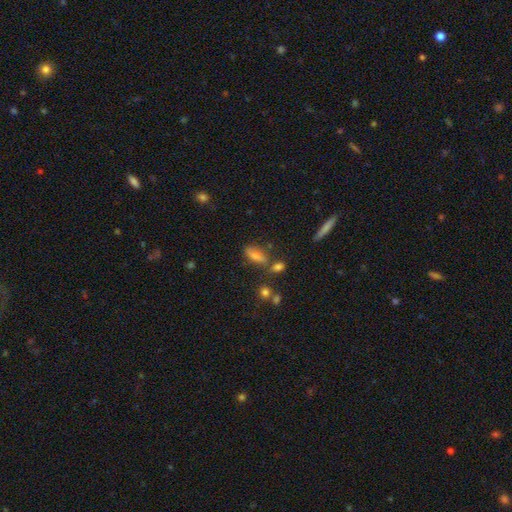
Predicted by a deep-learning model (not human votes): A smooth galaxy with no disk features (64%) that is in between round and cigar-shaped (61%). Merging: none (62%).